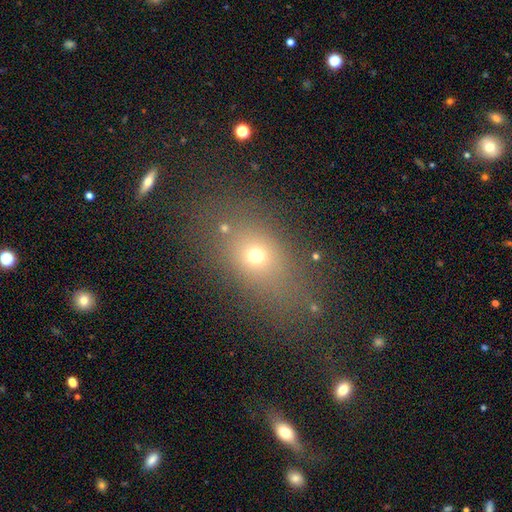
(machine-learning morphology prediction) Smooth or featured? Predicted: smooth (p=0.65). How rounded? Predicted: in between (p=0.65). Merging? Predicted: none (p=0.68).